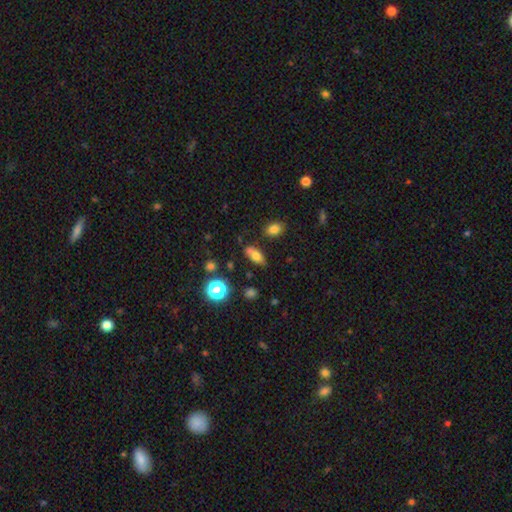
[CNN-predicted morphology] This appears to be a smooth galaxy with no disk features (71%) that is in between round and cigar-shaped (79%). Merging: none (65%).